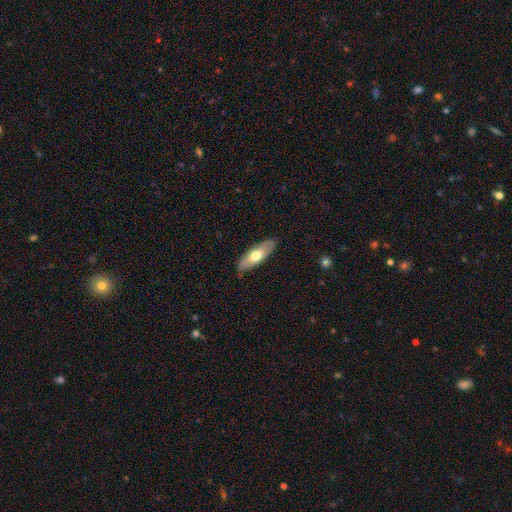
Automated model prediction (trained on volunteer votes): Smooth or featured: smooth — 59% (featured or disk — 36%)
How rounded: in between — 62% (cigar-shaped — 36%)
Merging: none — 87% (minor disturbance — 10%)